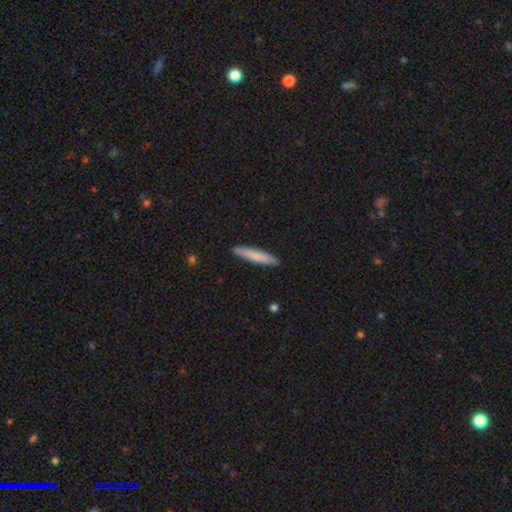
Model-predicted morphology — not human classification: A smooth galaxy with no disk features (78%) that is cigar-shaped (93%).

Vote fractions:
- Smooth or featured? smooth: 78% / featured or disk: 16% / star or artifact: 5%
- How rounded? cigar-shaped: 93% / in between: 6% / round: 1%
- Merging? none: 90% / minor disturbance: 7% / major disturbance: 1% / merger: 1%